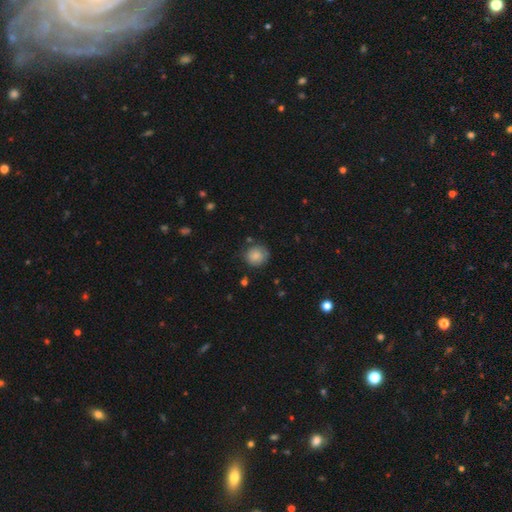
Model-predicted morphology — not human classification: The model was most divided on "merging": none: 75%, minor disturbance: 18%, major disturbance: 5%, merger: 2%. More confident: how rounded — round (87%); smooth or featured — smooth (81%).